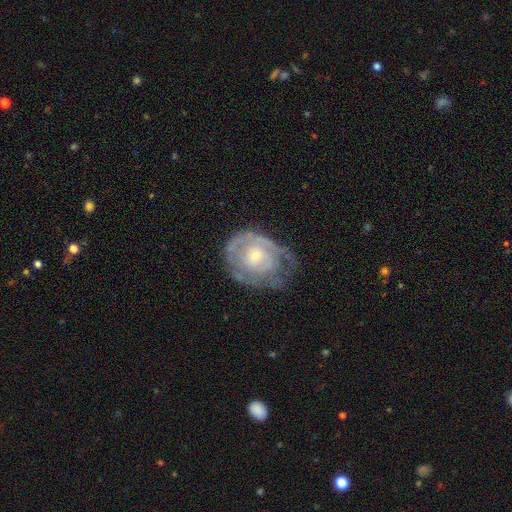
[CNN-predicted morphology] smooth-or-featured: featured or disk: 70% | smooth: 24% | star or artifact: 6%
  disk-edge-on: no: 97% | yes: 3%
    bar: no: 81% | weak: 16% | strong: 3%
    has-spiral-arms: yes: 67% | no: 33%
    bulge-size: small: 61% | moderate: 34% | large: 2% | none: 1% | dominant: 1%
  merging: none: 46% | minor disturbance: 30% | major disturbance: 23% | merger: 2%